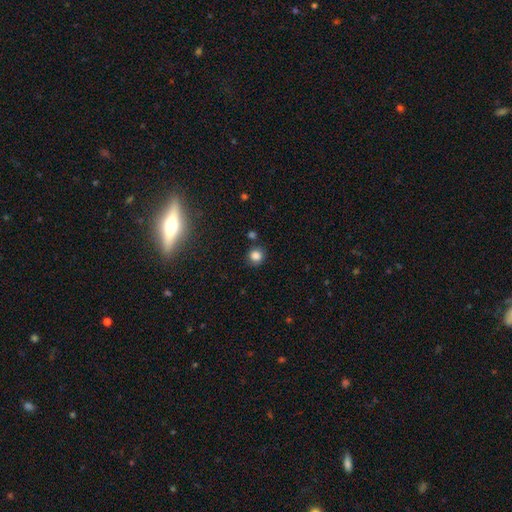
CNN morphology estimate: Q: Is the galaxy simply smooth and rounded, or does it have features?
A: smooth — 82%.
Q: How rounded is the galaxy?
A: round — 87%.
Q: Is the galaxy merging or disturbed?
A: none — 82%.